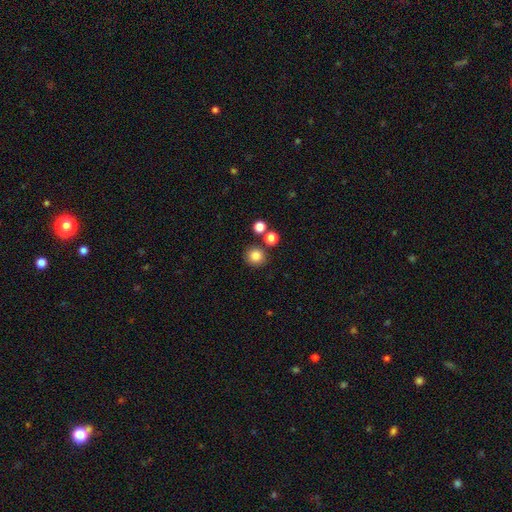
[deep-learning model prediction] The model was most divided on "merging": none: 80%, merger: 9%, minor disturbance: 9%, major disturbance: 3%. More confident: how rounded — round (91%); smooth or featured — smooth (84%).